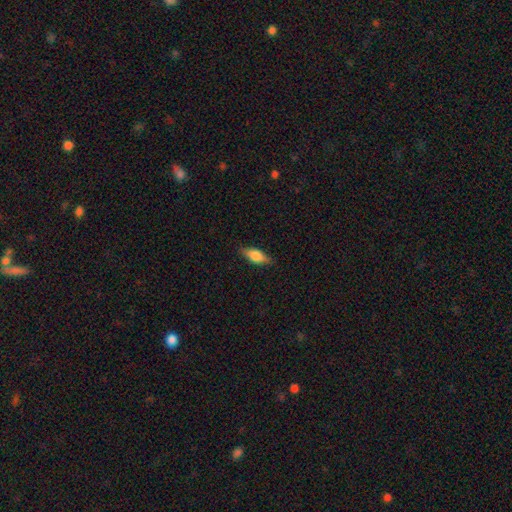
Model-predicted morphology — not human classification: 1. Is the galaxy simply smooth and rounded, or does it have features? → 72% smooth, 20% featured or disk, 7% star or artifact.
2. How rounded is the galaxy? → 75% in between, 21% cigar-shaped, 4% round.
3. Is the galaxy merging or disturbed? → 81% none, 15% minor disturbance, 3% major disturbance, 1% merger.